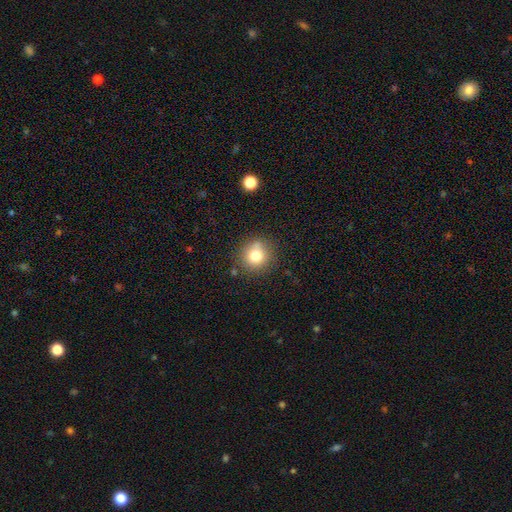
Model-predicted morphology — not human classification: Q: Smooth or featured?
A: smooth (76%); runner-up: star or artifact (13%)
Q: How rounded?
A: round (91%); runner-up: in between (8%)
Q: Merging?
A: none (78%); runner-up: minor disturbance (12%)